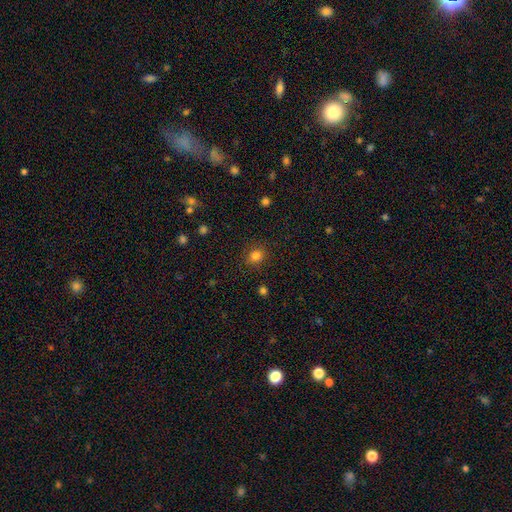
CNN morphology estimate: Q: Smooth or featured?
A: smooth (83%); runner-up: star or artifact (13%)
Q: How rounded?
A: round (76%); runner-up: in between (23%)
Q: Merging?
A: none (86%); runner-up: minor disturbance (10%)